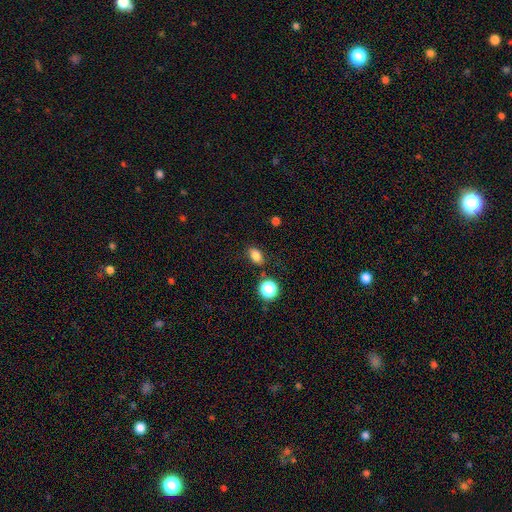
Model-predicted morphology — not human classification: smooth 81%, star or artifact 12%, featured or disk 6%. Down the decision tree: how rounded — in between (78%); merging — none (80%).